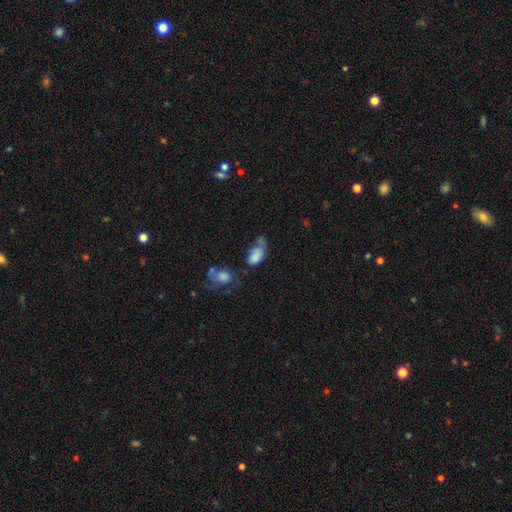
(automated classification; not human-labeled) Overall: smooth (73%). How rounded: in between (90%). Merging: minor disturbance (27%, tied with major disturbance).